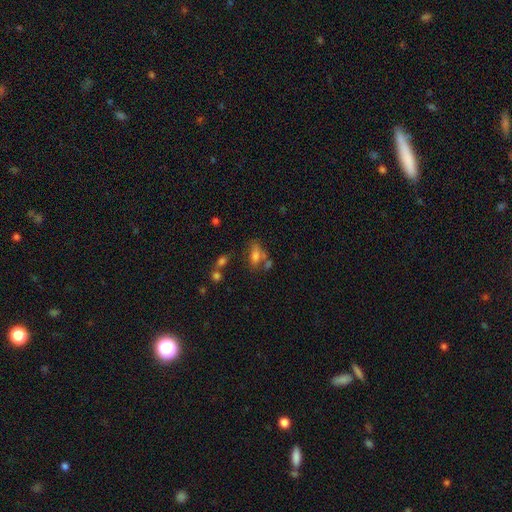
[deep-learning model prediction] A smooth galaxy with no disk features (66%) that is in between round and cigar-shaped (81%). Merging: none (39%).